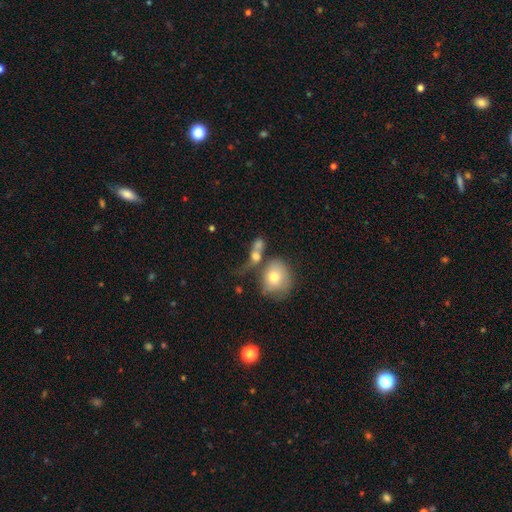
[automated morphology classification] This is likely a smooth galaxy (64%). How rounded: possibly in between (53%). Merging: possibly merger (48%).